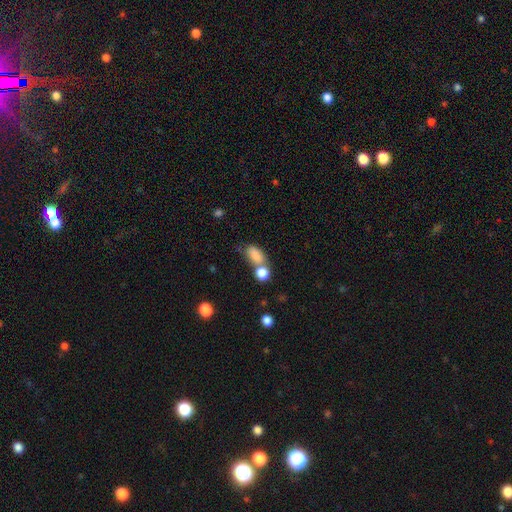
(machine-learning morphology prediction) This is clearly a smooth galaxy (82%). How rounded: clearly in between (85%). Merging: marginally merger (41%).